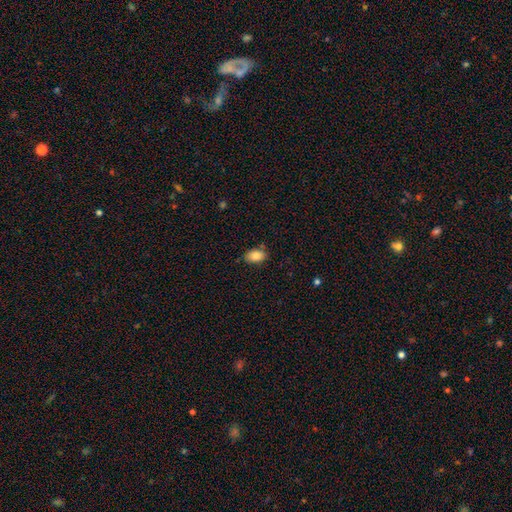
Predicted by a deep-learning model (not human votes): smooth_or_featured: smooth (p=0.85) [alt: star or artifact p=0.08]
how_rounded: in between (p=0.89) [alt: round p=0.09]
merging: none (p=0.80) [alt: minor disturbance p=0.15]